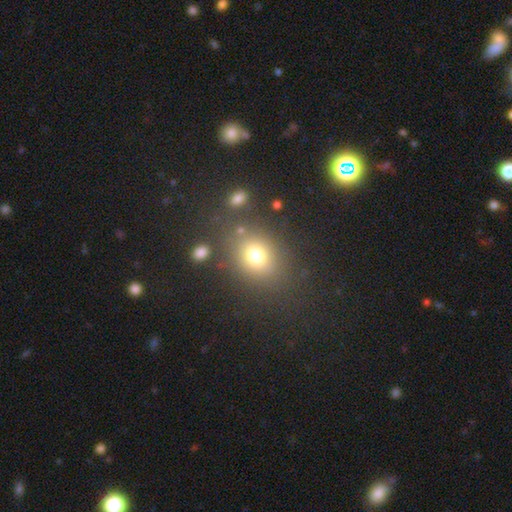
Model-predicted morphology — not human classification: Smooth or featured? smooth (75%)
How rounded? round (54%)
Merging? none (76%)